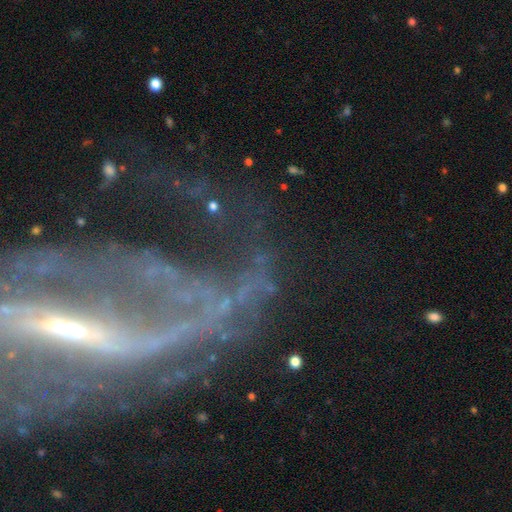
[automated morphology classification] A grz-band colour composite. It shows a featured or disk galaxy (79%) with a strong bar (47%), 2 (55%) loose (53%) spiral arms (75%) and a small central bulge (57%). Merging: major disturbance (43%).